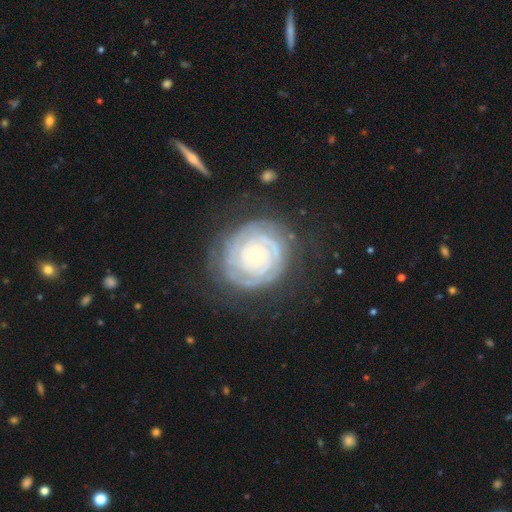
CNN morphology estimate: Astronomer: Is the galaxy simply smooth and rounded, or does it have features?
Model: featured or disk — 83%.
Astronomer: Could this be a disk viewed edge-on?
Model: no — 97%.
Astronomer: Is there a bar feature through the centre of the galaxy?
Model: no — 85%.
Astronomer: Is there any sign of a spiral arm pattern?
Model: yes — 90%.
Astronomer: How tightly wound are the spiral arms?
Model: tight — 86%.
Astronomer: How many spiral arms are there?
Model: can't tell — 41% (runner-up: 2, 22%).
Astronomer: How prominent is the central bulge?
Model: small — 68%.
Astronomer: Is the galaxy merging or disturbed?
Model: none — 73%.